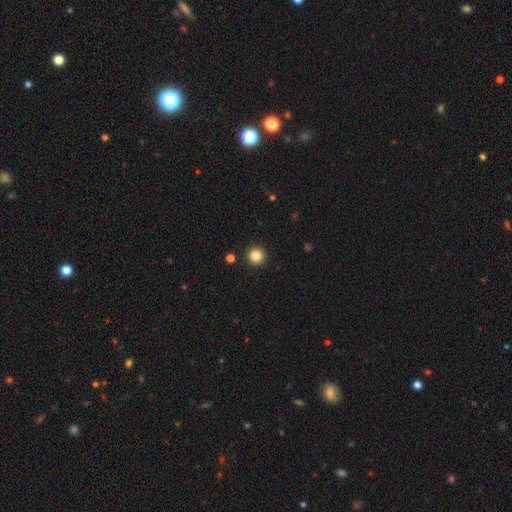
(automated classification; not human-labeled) A smooth galaxy with no disk features (85%) that is round (96%).

Vote fractions:
- Smooth or featured? smooth: 85% / star or artifact: 11% / featured or disk: 4%
- How rounded? round: 96% / in between: 3% / cigar-shaped: 1%
- Merging? none: 92% / minor disturbance: 5% / major disturbance: 2% / merger: 2%